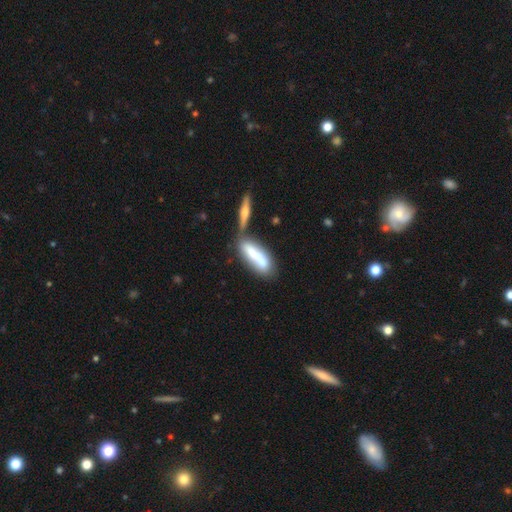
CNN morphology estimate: smooth-or-featured: smooth: 67% | featured or disk: 26% | star or artifact: 7%
  how-rounded: cigar-shaped: 50% | in between: 48% | round: 2%
  merging: merger: 43% | none: 35% | minor disturbance: 15% | major disturbance: 7%